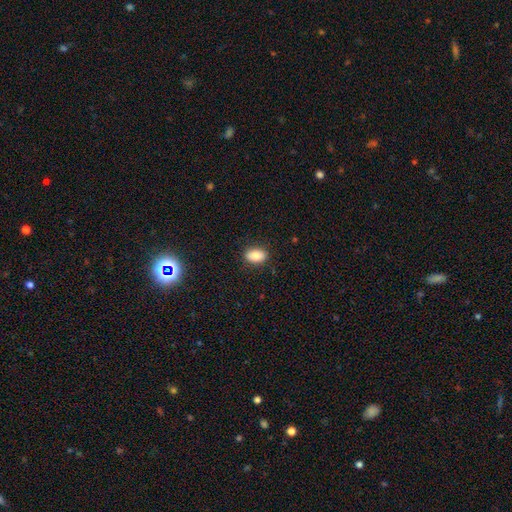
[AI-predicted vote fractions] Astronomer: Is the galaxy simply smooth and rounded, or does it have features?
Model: smooth — 86%.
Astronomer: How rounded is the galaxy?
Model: in between — 87%.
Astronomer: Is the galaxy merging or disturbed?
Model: none — 86%.